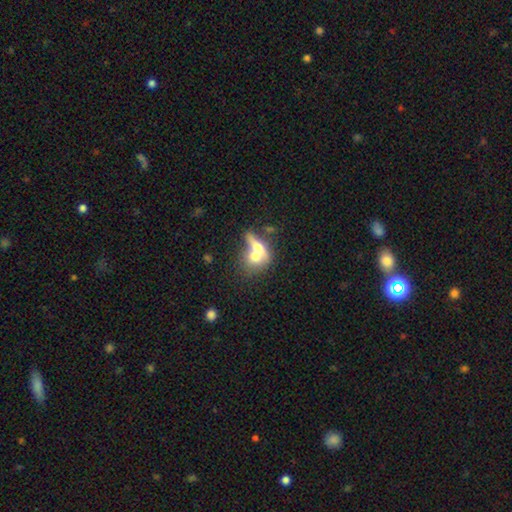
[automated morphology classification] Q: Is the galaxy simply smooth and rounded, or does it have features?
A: smooth — 63%.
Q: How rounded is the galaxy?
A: round — 47%.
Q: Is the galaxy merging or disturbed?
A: merger — 69%.